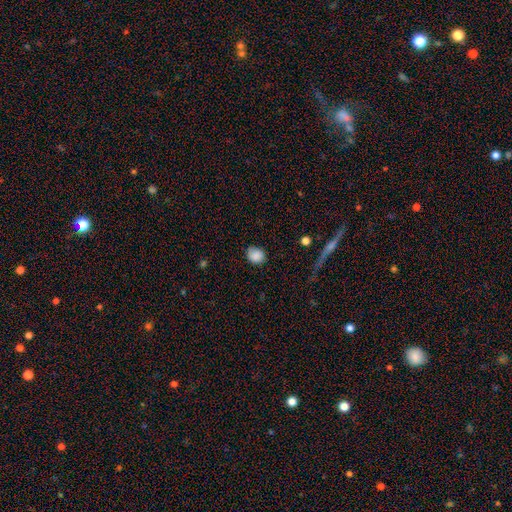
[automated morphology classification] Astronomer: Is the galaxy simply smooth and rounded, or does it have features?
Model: smooth — 86%.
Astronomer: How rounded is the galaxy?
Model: round — 64%.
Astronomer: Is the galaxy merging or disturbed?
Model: none — 73%.